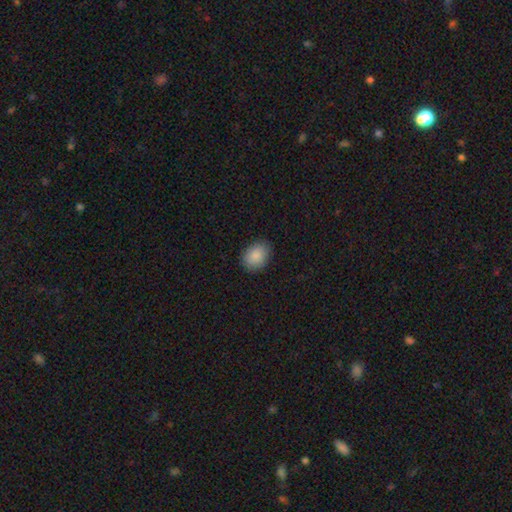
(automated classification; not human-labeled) This is clearly a smooth galaxy (88%). How rounded: likely in between (68%). Merging: clearly none (86%).